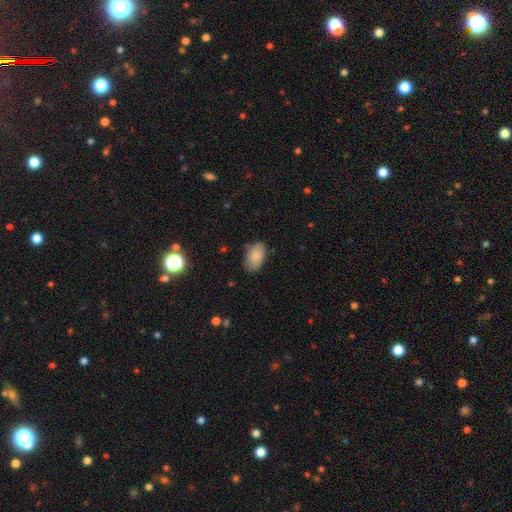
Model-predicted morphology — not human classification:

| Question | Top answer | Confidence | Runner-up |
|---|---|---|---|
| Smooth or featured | smooth | 85% | featured or disk (8%) |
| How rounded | in between | 92% | round (6%) |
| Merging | none | 75% | minor disturbance (20%) |